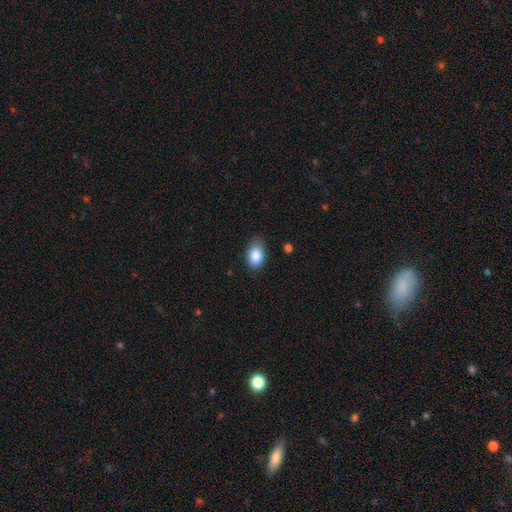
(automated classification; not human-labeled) smooth_or_featured: smooth (p=0.86) [alt: star or artifact p=0.08]
how_rounded: in between (p=0.85) [alt: round p=0.14]
merging: none (p=0.79) [alt: minor disturbance p=0.17]